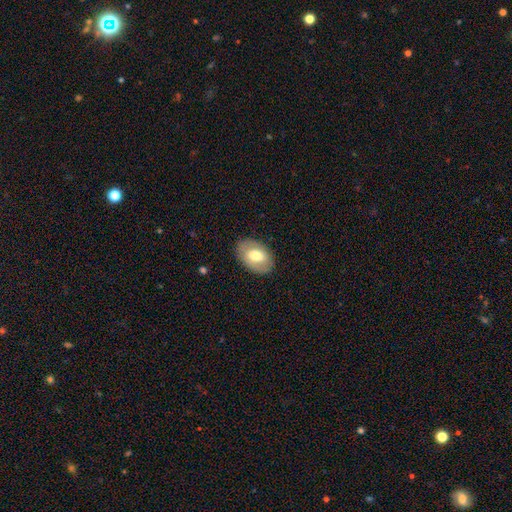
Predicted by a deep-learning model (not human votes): The model was most divided on "smooth or featured": smooth: 65%, featured or disk: 29%, star or artifact: 6%. More confident: how rounded — in between (87%); merging — none (85%).